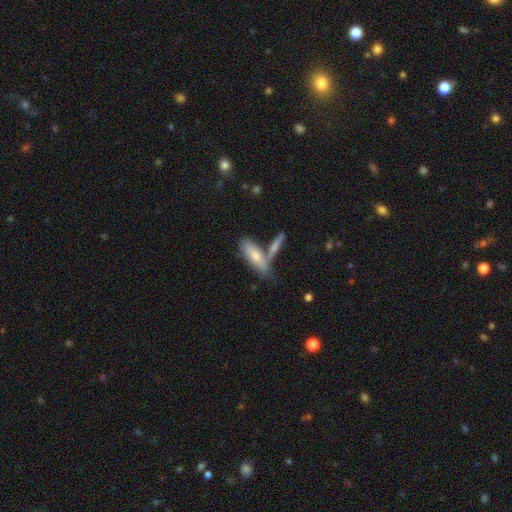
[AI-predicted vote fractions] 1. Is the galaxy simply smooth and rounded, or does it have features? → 71% smooth, 24% featured or disk, 6% star or artifact.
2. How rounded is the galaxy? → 55% in between, 43% cigar-shaped, 2% round.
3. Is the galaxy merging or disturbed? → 49% none, 34% merger, 13% minor disturbance, 4% major disturbance.